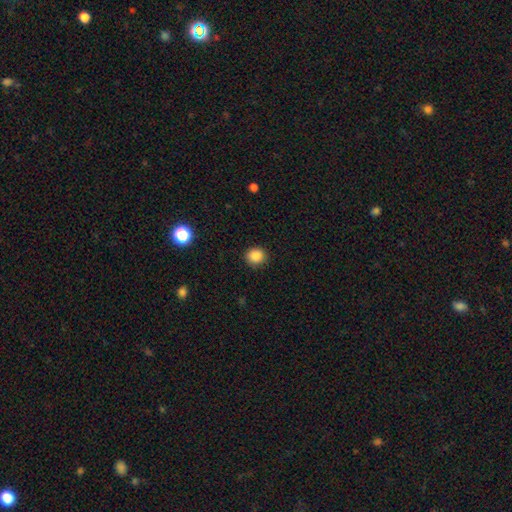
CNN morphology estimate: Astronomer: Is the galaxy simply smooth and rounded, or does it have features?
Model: smooth — 86%.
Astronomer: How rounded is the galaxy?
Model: round — 83%.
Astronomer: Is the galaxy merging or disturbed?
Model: none — 89%.